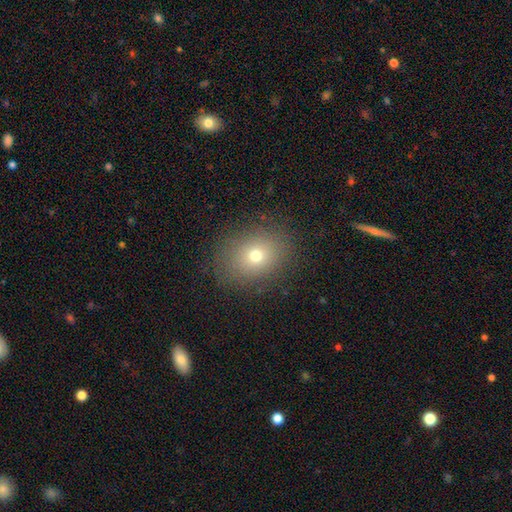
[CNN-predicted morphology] Smooth or featured: smooth — 71% (star or artifact — 15%)
How rounded: in between — 52% (round — 47%)
Merging: none — 85% (minor disturbance — 9%)